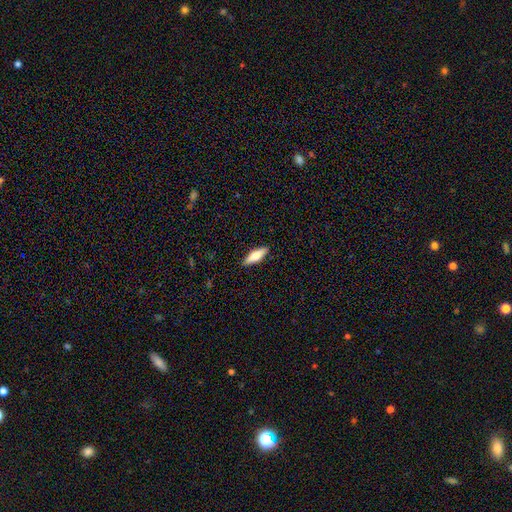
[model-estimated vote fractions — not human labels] Morphology: type=smooth (63%); roundness=in between (51%); merging=none (89%).